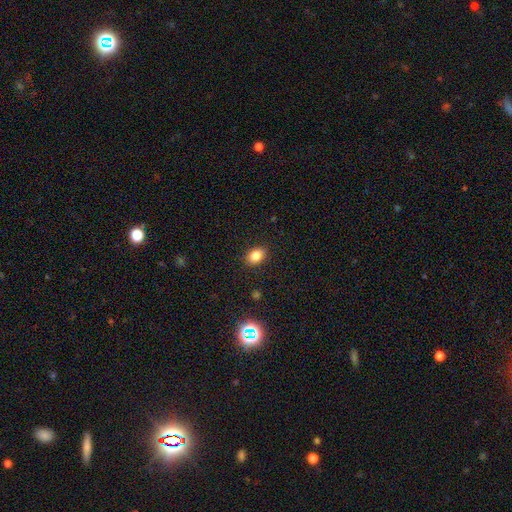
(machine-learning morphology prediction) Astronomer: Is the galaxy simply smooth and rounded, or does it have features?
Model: smooth — 82%.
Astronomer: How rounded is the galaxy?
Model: in between — 75%.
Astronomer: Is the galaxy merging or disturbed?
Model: none — 88%.